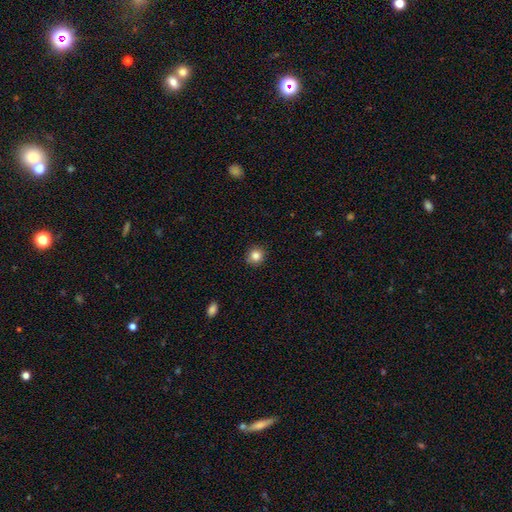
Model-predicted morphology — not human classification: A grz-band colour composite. It shows a smooth galaxy with no disk features (84%) that is round (90%). Merging: none (90%).